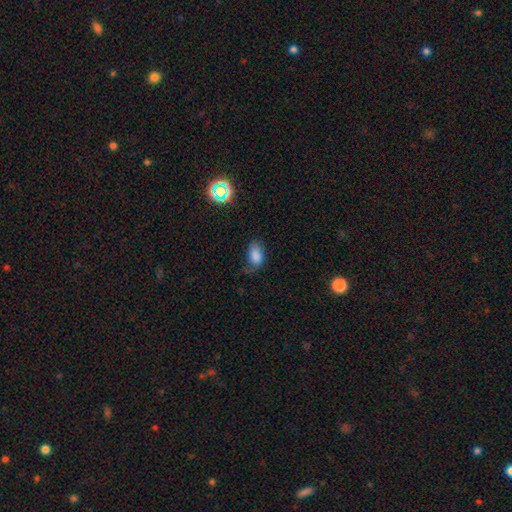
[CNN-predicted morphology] Q: Smooth or featured?
A: smooth (80%); runner-up: star or artifact (12%)
Q: How rounded?
A: in between (88%); runner-up: round (10%)
Q: Merging?
A: none (51%); runner-up: minor disturbance (31%)